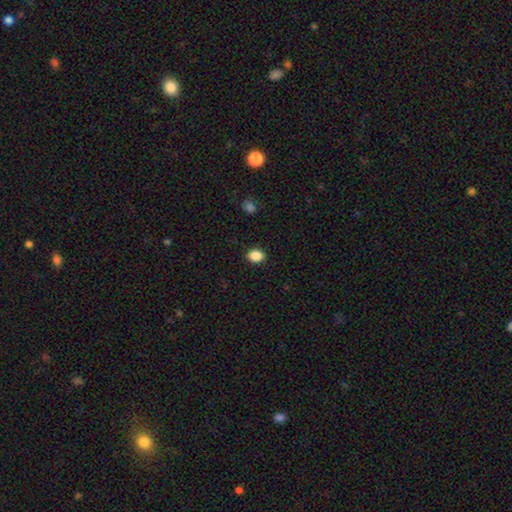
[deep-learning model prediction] A smooth galaxy with no disk features (88%) that is in between round and cigar-shaped (61%).

Vote fractions:
- Smooth or featured? smooth: 88% / star or artifact: 9% / featured or disk: 3%
- How rounded? in between: 61% / round: 38% / cigar-shaped: 1%
- Merging? none: 89% / minor disturbance: 8% / major disturbance: 2% / merger: 1%